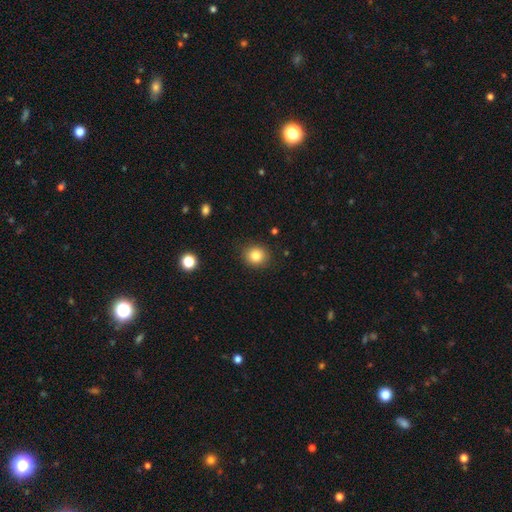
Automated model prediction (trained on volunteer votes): This is clearly a smooth galaxy (83%). How rounded: clearly round (81%). Merging: clearly none (88%).